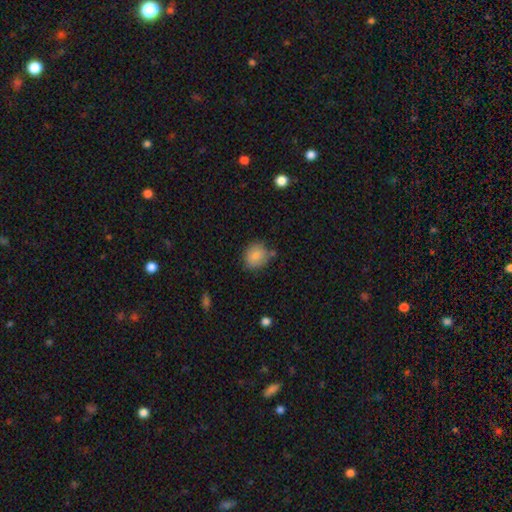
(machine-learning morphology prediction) A smooth galaxy with no disk features (84%) that is round (71%).

Vote fractions:
- Smooth or featured? smooth: 84% / star or artifact: 8% / featured or disk: 8%
- How rounded? round: 71% / in between: 28% / cigar-shaped: 1%
- Merging? none: 73% / minor disturbance: 17% / merger: 6% / major disturbance: 4%